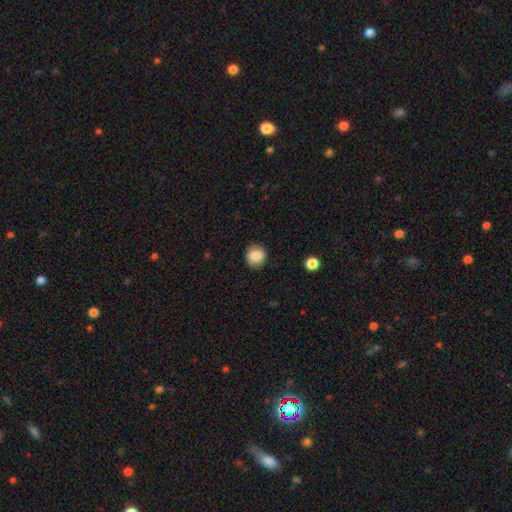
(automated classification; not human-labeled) smooth 86%, star or artifact 9%, featured or disk 6%. Down the decision tree: how rounded — round (84%); merging — none (88%).